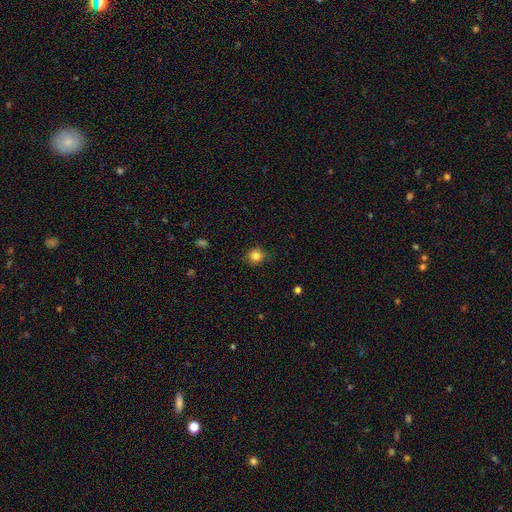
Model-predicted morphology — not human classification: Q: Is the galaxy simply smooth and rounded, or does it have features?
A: smooth — 83%.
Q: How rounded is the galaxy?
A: round — 88%.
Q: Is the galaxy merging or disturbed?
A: none — 85%.